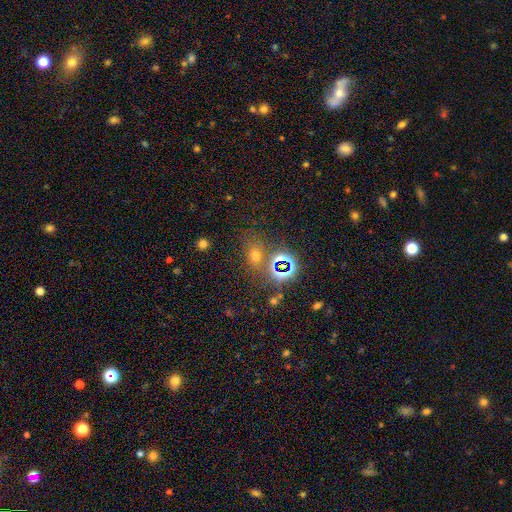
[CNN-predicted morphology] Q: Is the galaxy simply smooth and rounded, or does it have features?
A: smooth — 48%.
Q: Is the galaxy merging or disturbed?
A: none — 70%.